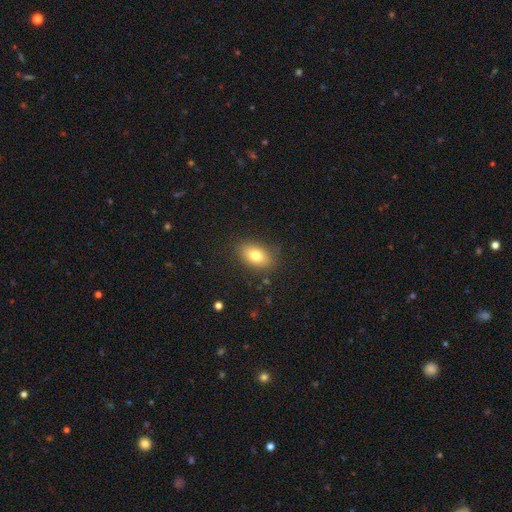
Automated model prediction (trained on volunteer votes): Smooth or featured?
  - smooth: 79% *
  - featured or disk: 12%
  - star or artifact: 10%
How rounded?
  - in between: 83% *
  - round: 16%
  - cigar-shaped: 2%
Merging?
  - none: 83% *
  - minor disturbance: 12%
  - major disturbance: 3%
  - merger: 1%